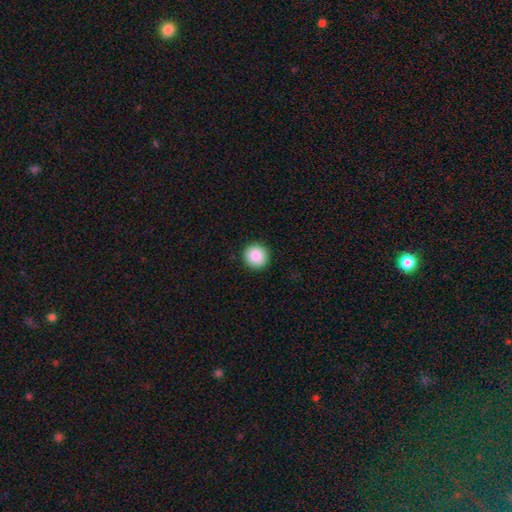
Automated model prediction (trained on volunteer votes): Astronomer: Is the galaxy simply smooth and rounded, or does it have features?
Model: smooth — 88%.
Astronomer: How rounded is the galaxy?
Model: round — 95%.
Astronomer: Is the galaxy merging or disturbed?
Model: none — 93%.